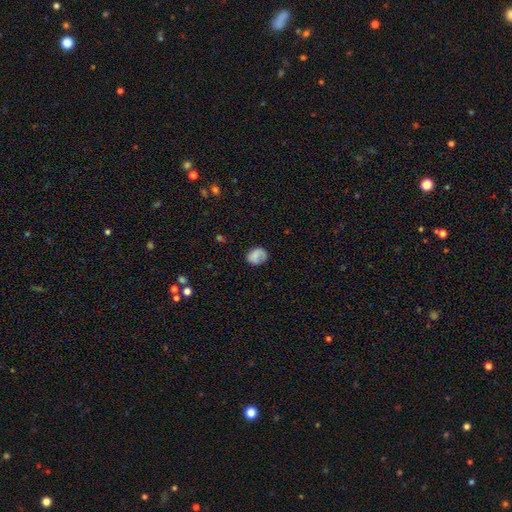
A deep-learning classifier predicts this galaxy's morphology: Smooth or featured: smooth — 75% (featured or disk — 16%)
How rounded: round — 52% (in between — 47%)
Merging: none — 66% (minor disturbance — 23%)